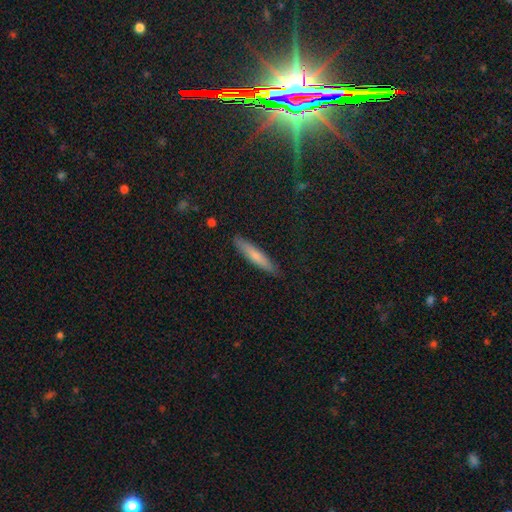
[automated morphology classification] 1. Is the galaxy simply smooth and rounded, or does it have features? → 69% smooth, 24% featured or disk, 7% star or artifact.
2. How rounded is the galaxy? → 91% cigar-shaped, 7% in between, 1% round.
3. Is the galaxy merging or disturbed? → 89% none, 8% minor disturbance, 2% major disturbance, 1% merger.